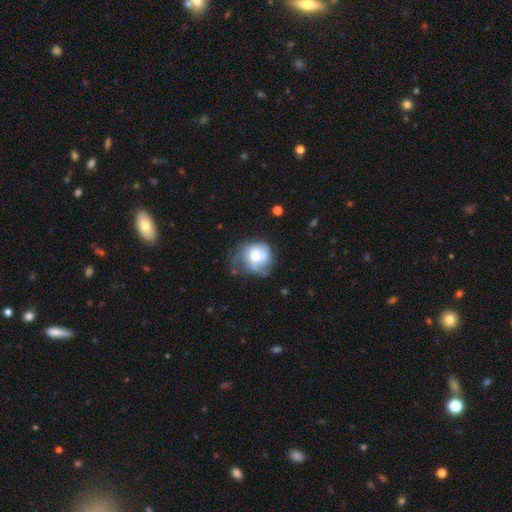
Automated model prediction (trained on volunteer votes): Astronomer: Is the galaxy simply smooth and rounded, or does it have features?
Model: smooth — 49% (runner-up: featured or disk, 42%).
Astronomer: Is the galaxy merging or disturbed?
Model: none — 30% (runner-up: minor disturbance, 28%).